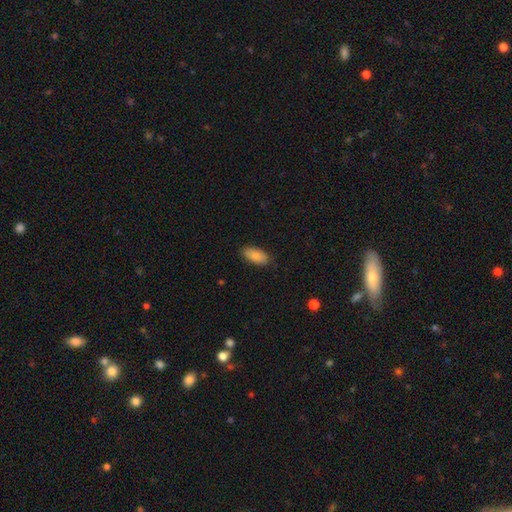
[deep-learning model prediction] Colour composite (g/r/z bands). It shows a smooth galaxy with no disk features (86%) that is in between round and cigar-shaped (92%). Merging: none (84%).